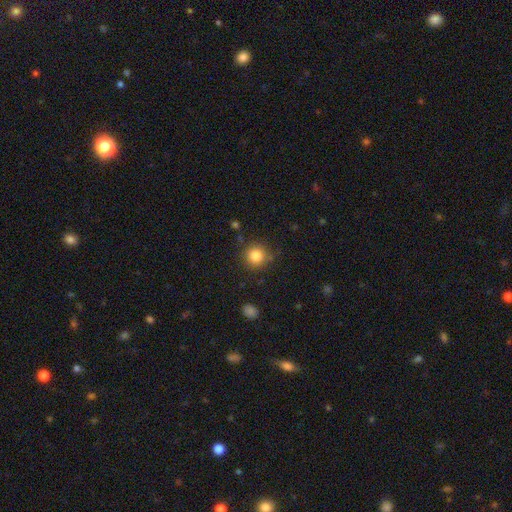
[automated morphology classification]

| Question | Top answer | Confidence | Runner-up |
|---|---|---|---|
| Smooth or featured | smooth | 84% | star or artifact (11%) |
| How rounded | round | 93% | in between (6%) |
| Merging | none | 83% | minor disturbance (11%) |